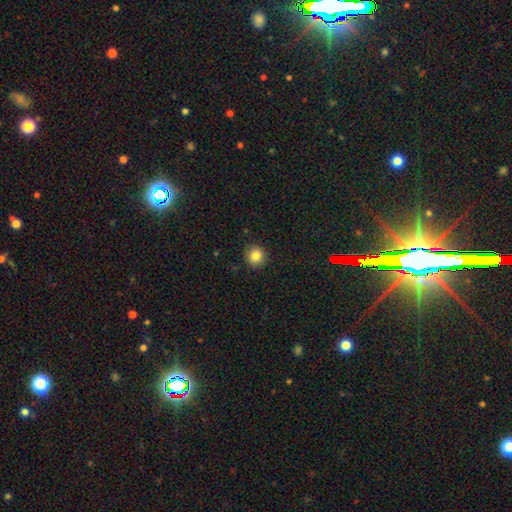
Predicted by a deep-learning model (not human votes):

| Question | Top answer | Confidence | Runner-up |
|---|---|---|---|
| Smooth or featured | smooth | 84% | star or artifact (11%) |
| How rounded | round | 90% | in between (9%) |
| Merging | none | 90% | minor disturbance (7%) |